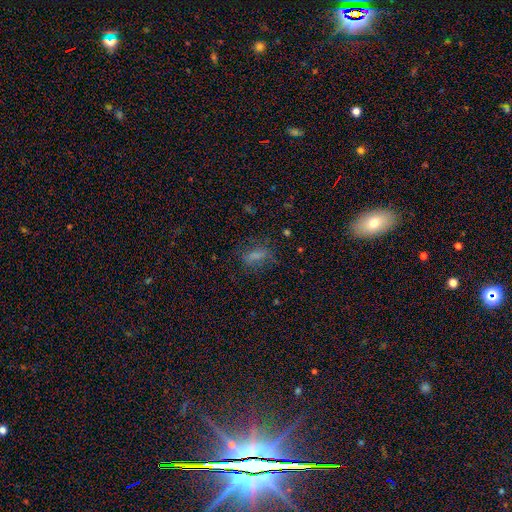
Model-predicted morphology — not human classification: Q: Smooth or featured?
A: smooth (64%); runner-up: star or artifact (20%)
Q: How rounded?
A: in between (70%); runner-up: cigar-shaped (20%)
Q: Merging?
A: none (62%); runner-up: minor disturbance (20%)